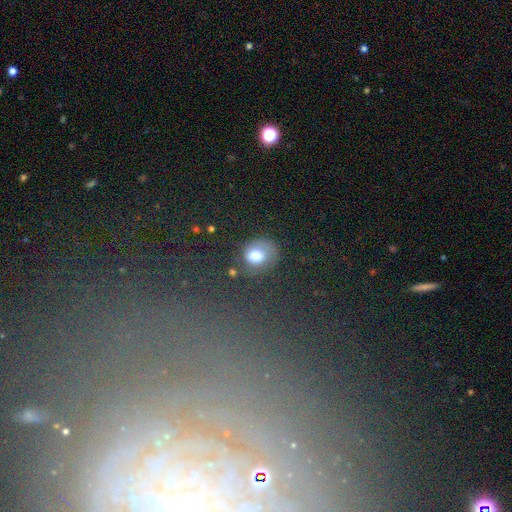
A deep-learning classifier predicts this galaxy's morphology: Smooth or featured? Predicted: smooth (p=0.73). How rounded? Predicted: round (p=0.59). Merging? Predicted: none (p=0.56).